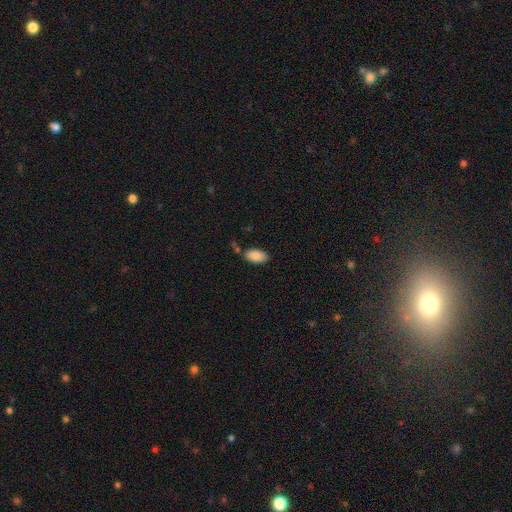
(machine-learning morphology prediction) Smooth or featured? Predicted: smooth (p=0.88). How rounded? Predicted: in between (p=0.95). Merging? Predicted: none (p=0.77).